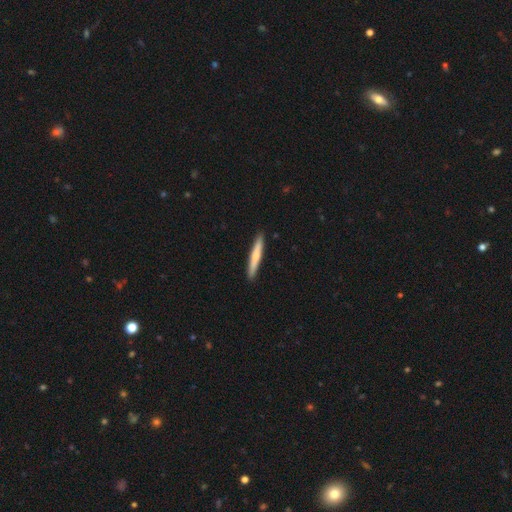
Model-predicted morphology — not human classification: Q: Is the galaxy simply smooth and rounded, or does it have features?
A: smooth — 63%.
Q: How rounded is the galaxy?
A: cigar-shaped — 95%.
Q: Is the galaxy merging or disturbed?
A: none — 92%.